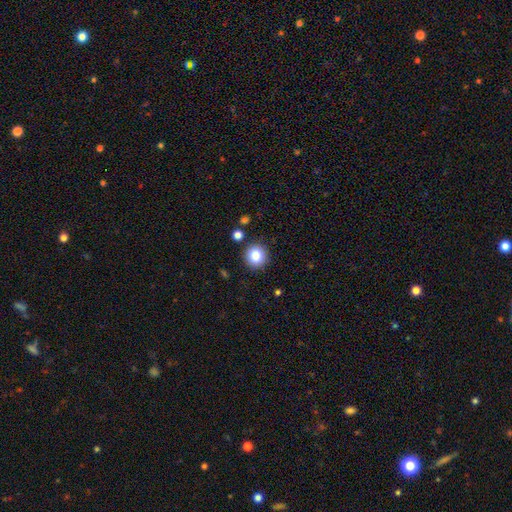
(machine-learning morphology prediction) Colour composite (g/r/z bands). It shows a smooth galaxy with no disk features (84%) that is round (93%). Merging: none (89%).